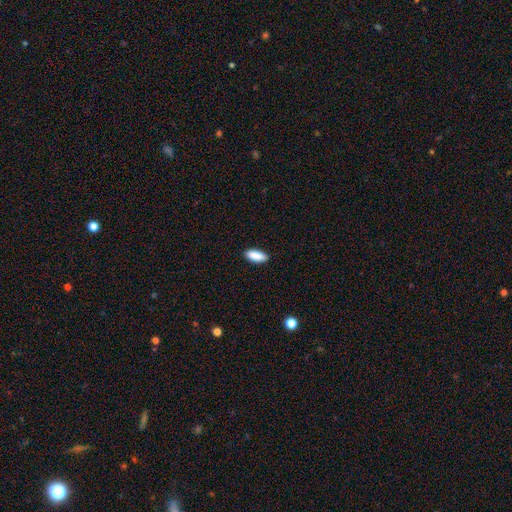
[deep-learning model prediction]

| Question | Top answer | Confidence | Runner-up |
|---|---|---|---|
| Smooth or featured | smooth | 89% | star or artifact (6%) |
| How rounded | in between | 79% | cigar-shaped (19%) |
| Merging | none | 88% | minor disturbance (9%) |